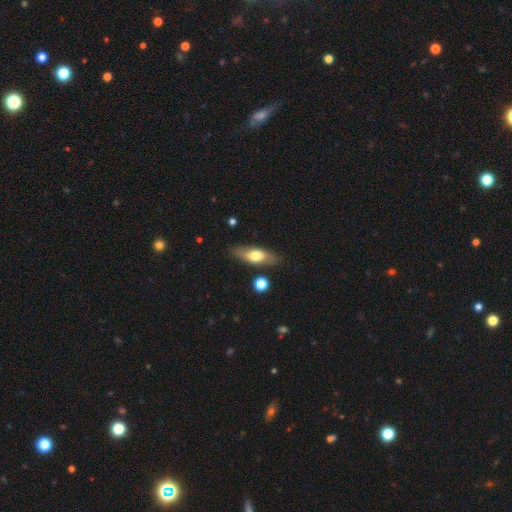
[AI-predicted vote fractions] Overall: smooth (62%; featured or disk 32%). How rounded: in between (63%; cigar-shaped 34%). Merging: none (82%).